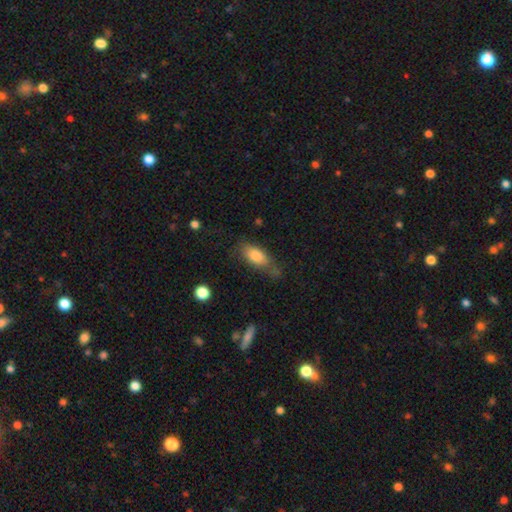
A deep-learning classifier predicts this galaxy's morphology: This is likely a smooth galaxy (80%). How rounded: clearly in between (82%). Merging: possibly none (52%).